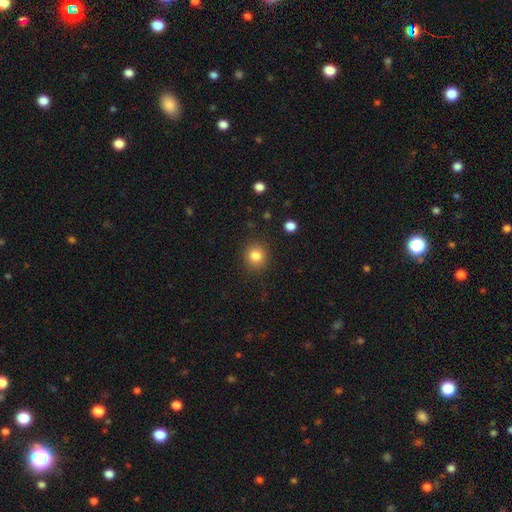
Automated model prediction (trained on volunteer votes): smooth_or_featured: smooth (p=0.83) [alt: star or artifact p=0.11]
how_rounded: round (p=0.89) [alt: in between p=0.10]
merging: none (p=0.89) [alt: minor disturbance p=0.07]